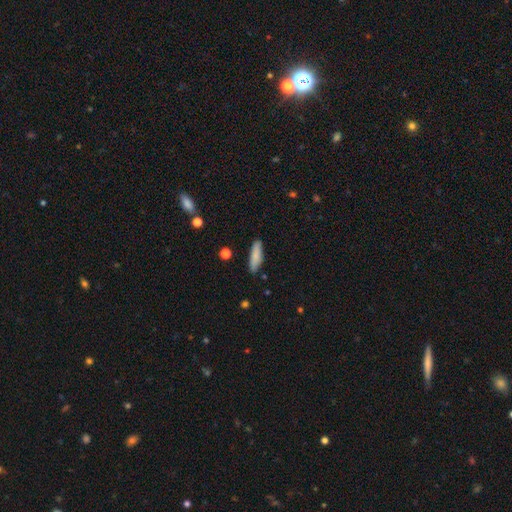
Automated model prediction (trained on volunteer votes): A smooth galaxy with no disk features (84%) that is cigar-shaped (58%). Merging: none (86%).